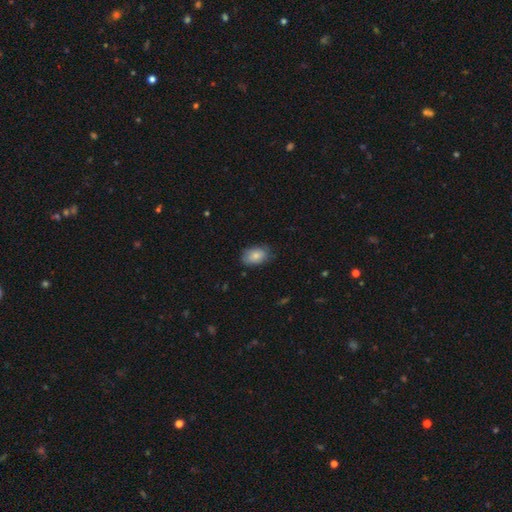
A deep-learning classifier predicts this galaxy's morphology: type=smooth (82%); roundness=in between (86%); merging=none (73%).